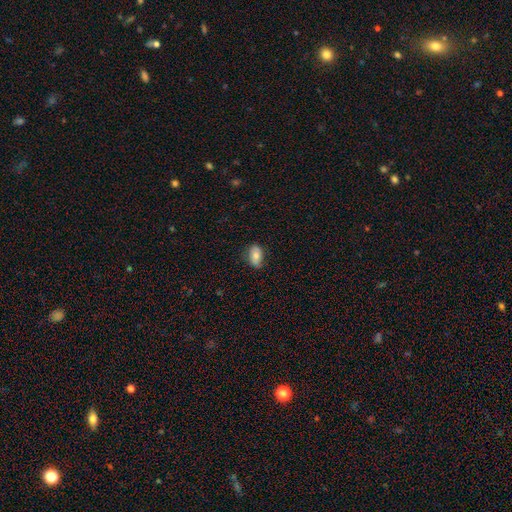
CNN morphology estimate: The model was most divided on "smooth or featured": smooth: 75%, featured or disk: 17%, star or artifact: 8%. More confident: how rounded — in between (90%); merging — none (78%).